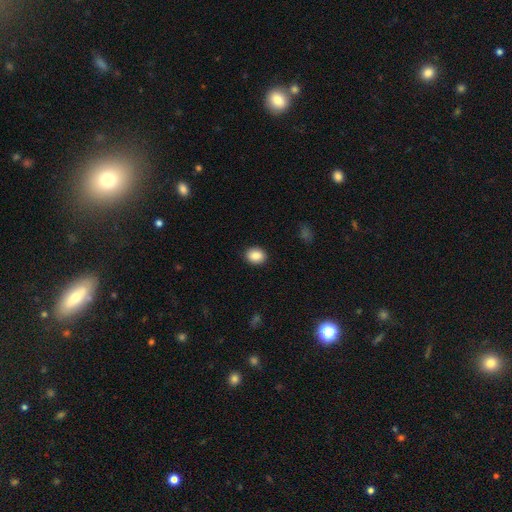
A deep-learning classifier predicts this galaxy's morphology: Smooth or featured? smooth (88%)
How rounded? in between (54%)
Merging? none (90%)